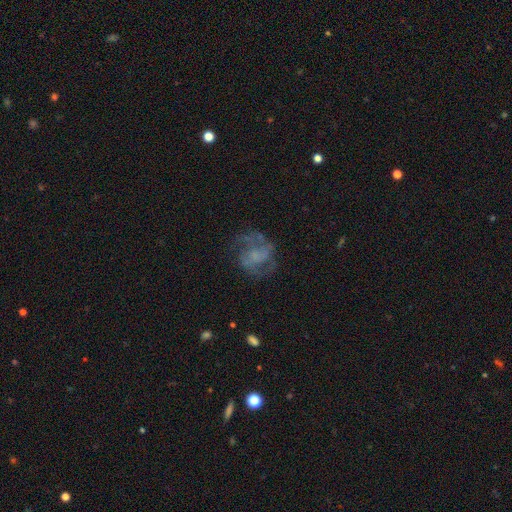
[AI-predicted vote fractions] Smooth or featured? featured or disk (71%)
Edge-on disk? no (98%)
Bar? no (61%)
Spiral arms? yes (82%)
Spiral winding? medium (50%)
Spiral arm count? 2 (66%)
Bulge size? none (51%)
Merging? none (61%)